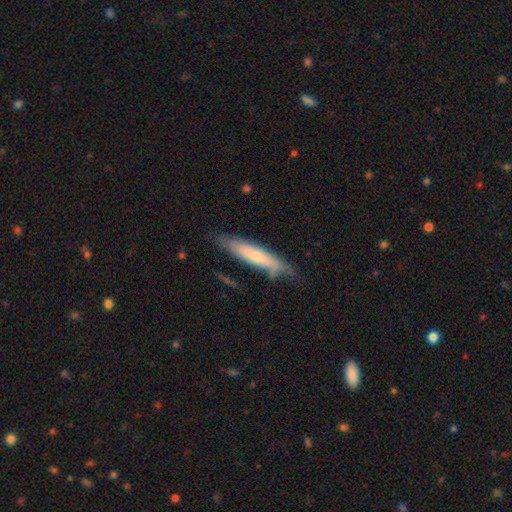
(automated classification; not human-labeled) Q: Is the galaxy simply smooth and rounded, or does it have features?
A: smooth — 60%.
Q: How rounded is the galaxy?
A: cigar-shaped — 87%.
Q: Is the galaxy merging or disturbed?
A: none — 69%.